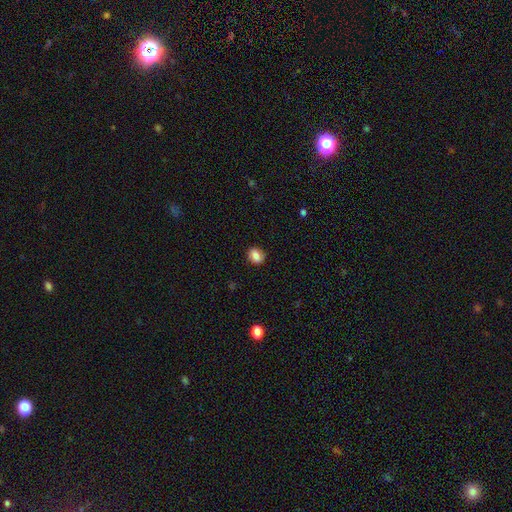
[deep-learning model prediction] This appears to be a smooth galaxy with no disk features (80%) that is round (51%). Merging: none (85%).